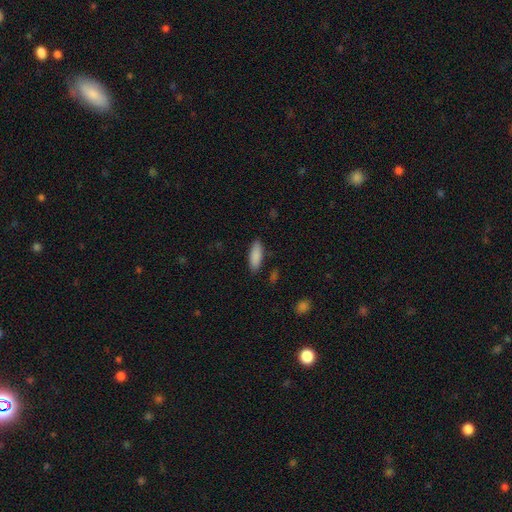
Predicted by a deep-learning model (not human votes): Smooth or featured? Predicted: smooth (p=0.89). How rounded? Predicted: in between (p=0.66). Merging? Predicted: none (p=0.86).